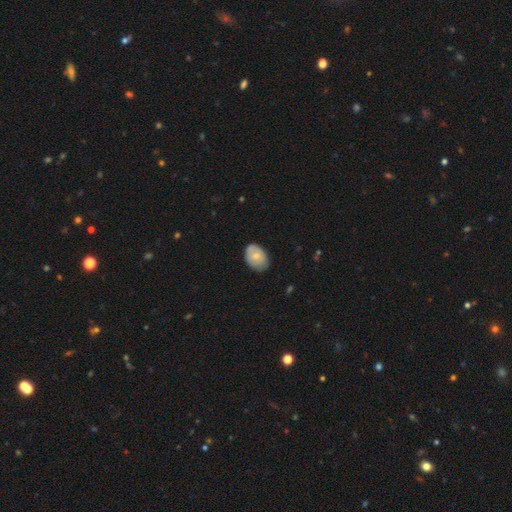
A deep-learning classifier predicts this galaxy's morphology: This is likely a smooth galaxy (66%). How rounded: likely in between (79%). Merging: likely none (71%).